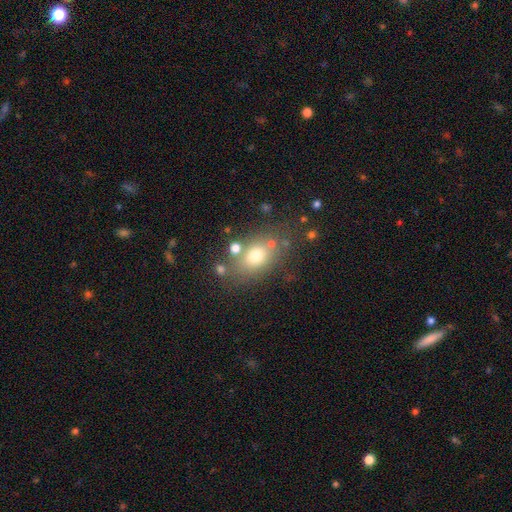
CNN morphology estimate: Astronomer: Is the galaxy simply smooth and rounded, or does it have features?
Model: smooth — 71%.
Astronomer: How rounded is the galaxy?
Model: in between — 68%.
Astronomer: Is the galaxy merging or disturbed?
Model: none — 70%.